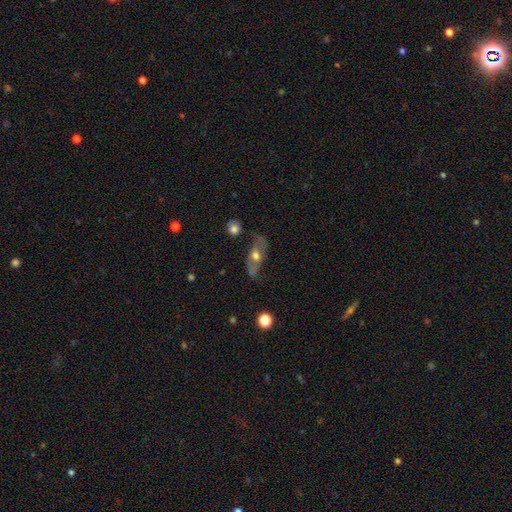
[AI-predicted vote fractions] This is possibly a featured or disk galaxy (55%). It is likely not viewed edge-on (69%). Merging: likely none (61%).